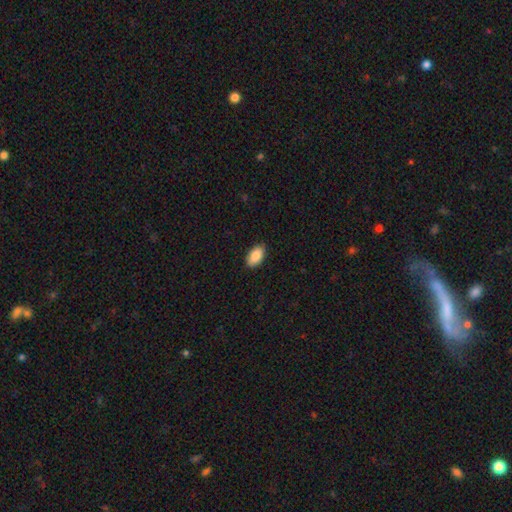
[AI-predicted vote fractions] Smooth or featured: smooth — 89% (star or artifact — 6%)
How rounded: in between — 95% (round — 3%)
Merging: none — 89% (minor disturbance — 9%)